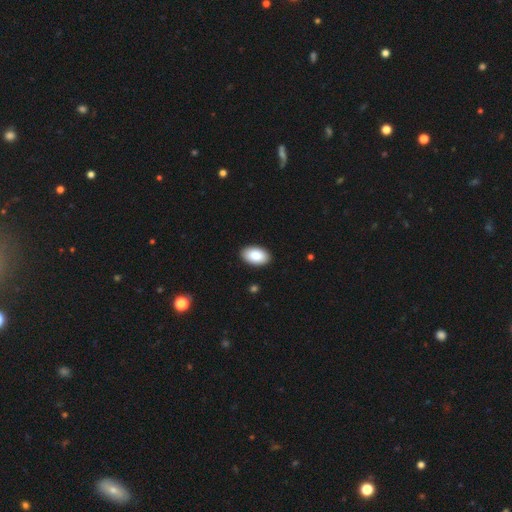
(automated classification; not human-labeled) This is clearly a smooth galaxy (87%). How rounded: clearly in between (94%). Merging: clearly none (91%).